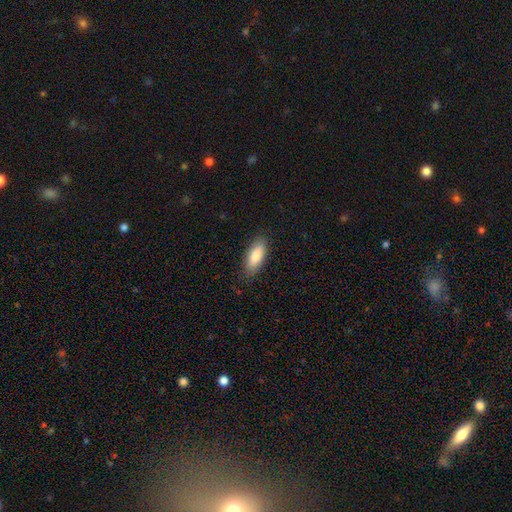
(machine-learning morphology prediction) Smooth or featured?
  - smooth: 81% *
  - featured or disk: 13%
  - star or artifact: 6%
How rounded?
  - in between: 80% *
  - cigar-shaped: 18%
  - round: 2%
Merging?
  - none: 85% *
  - minor disturbance: 11%
  - major disturbance: 2%
  - merger: 1%